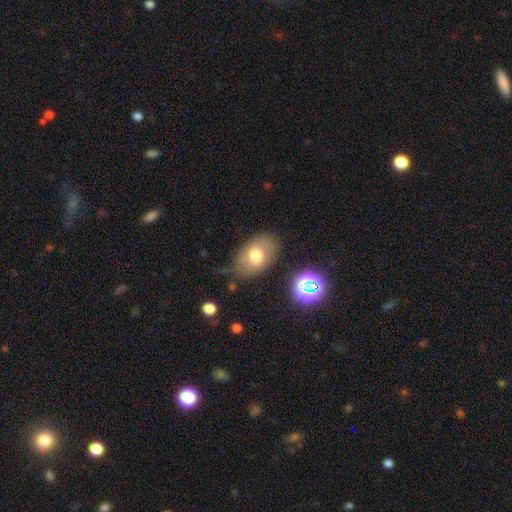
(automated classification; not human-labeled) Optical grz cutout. It shows a smooth galaxy with no disk features (72%) that is in between round and cigar-shaped (84%). Merging: none (68%).